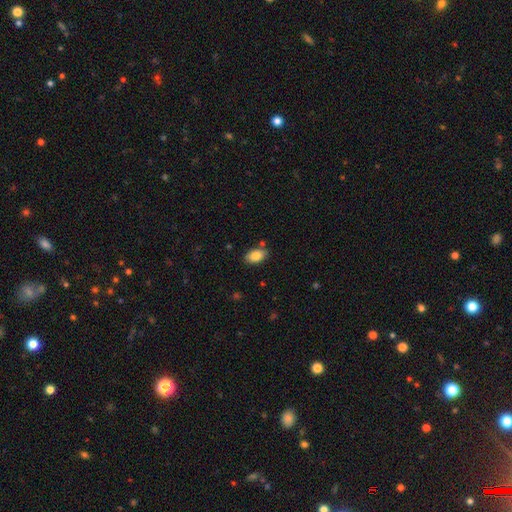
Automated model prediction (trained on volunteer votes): Q: Smooth or featured?
A: smooth (84%); runner-up: featured or disk (9%)
Q: How rounded?
A: in between (91%); runner-up: round (7%)
Q: Merging?
A: none (82%); runner-up: minor disturbance (12%)